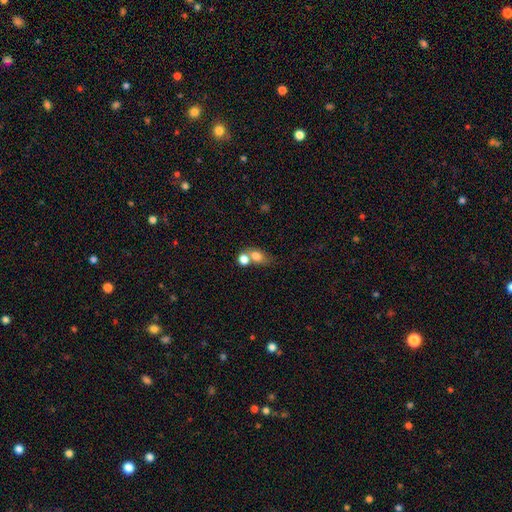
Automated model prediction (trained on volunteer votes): Overall: smooth (75%). How rounded: in between (61%; round 37%). Merging: merger (52%; none 32%).